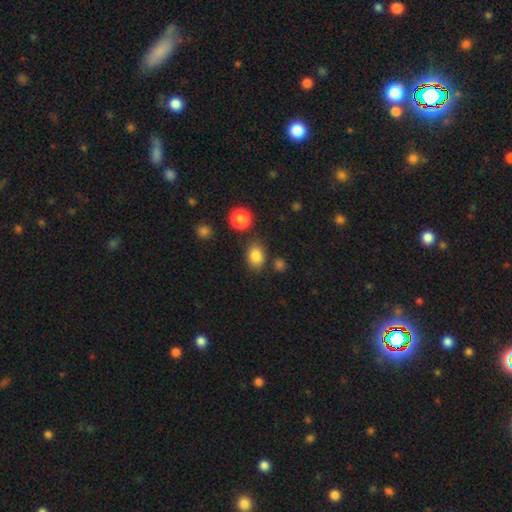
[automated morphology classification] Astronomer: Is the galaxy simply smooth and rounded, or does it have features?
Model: smooth — 83%.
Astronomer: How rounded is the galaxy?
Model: in between — 62% (runner-up: round, 37%).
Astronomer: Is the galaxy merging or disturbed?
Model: none — 77%.